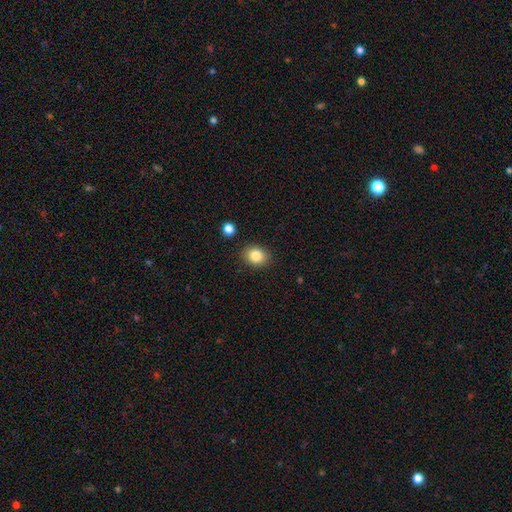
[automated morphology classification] type=smooth (84%); roundness=round (52%); merging=none (87%).